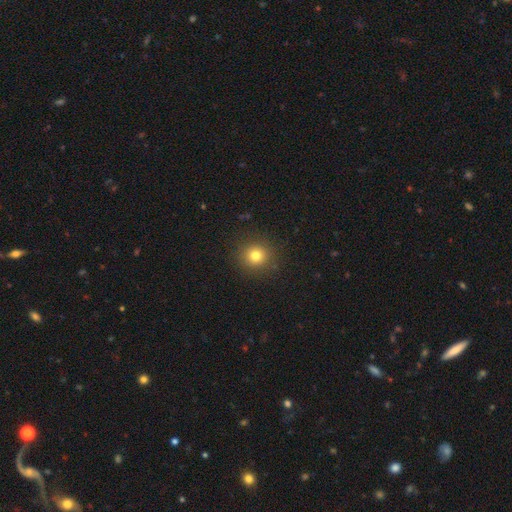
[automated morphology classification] A smooth galaxy with no disk features (78%) that is round (92%). Merging: none (90%).